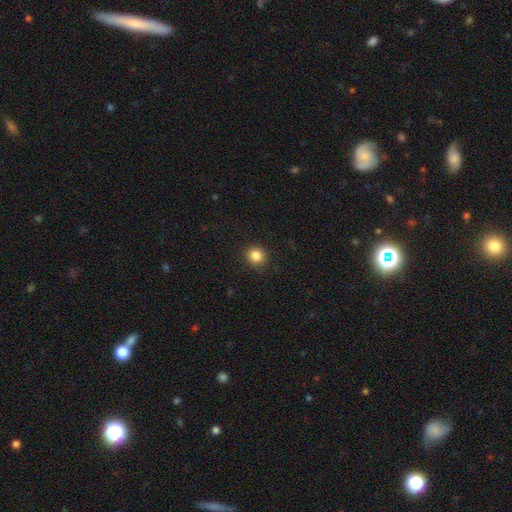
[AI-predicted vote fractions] A smooth galaxy with no disk features (85%) that is round (87%). Merging: none (91%).